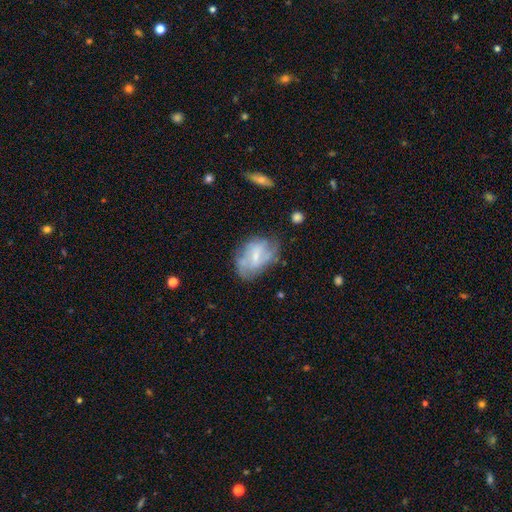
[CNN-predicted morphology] Smooth or featured?
  - featured or disk: 60% *
  - smooth: 33%
  - star or artifact: 8%
Edge-on disk?
  - no: 95% *
  - yes: 5%
Bar?
  - weak: 49% *
  - no: 34%
  - strong: 17%
Spiral arms?
  - yes: 61% *
  - no: 39%
Bulge size?
  - small: 54% *
  - moderate: 28%
  - none: 14%
  - large: 2%
  - dominant: 1%
Merging?
  - none: 53% *
  - minor disturbance: 28%
  - major disturbance: 15%
  - merger: 4%